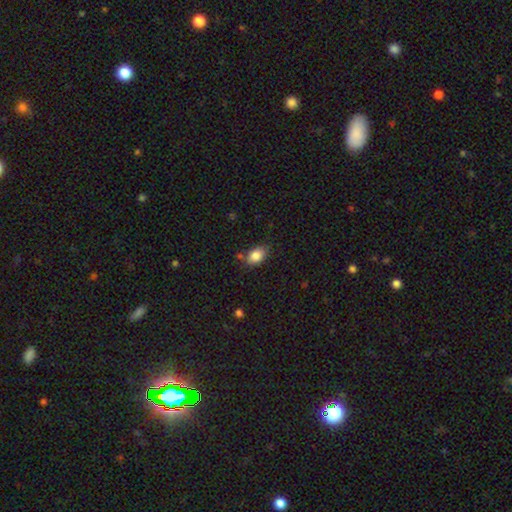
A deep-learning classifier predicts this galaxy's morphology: A smooth galaxy with no disk features (85%) that is in between round and cigar-shaped (82%). Merging: none (72%).